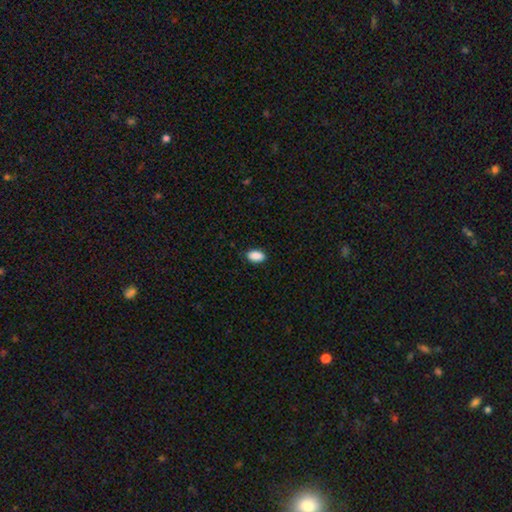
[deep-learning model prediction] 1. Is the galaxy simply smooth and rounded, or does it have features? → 90% smooth, 7% star or artifact, 3% featured or disk.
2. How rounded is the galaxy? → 92% in between, 6% round, 2% cigar-shaped.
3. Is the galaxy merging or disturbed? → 86% none, 10% minor disturbance, 2% major disturbance, 1% merger.